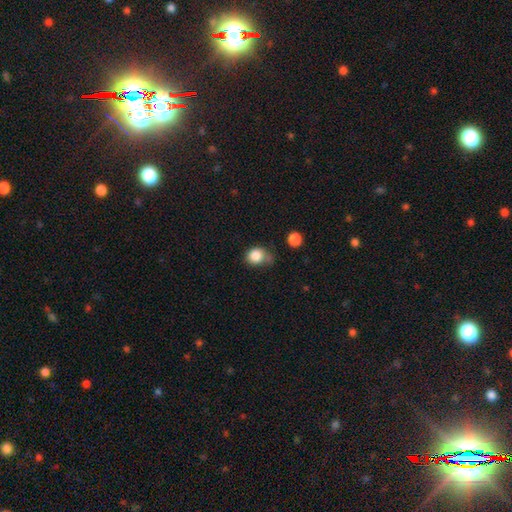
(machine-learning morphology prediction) Q: Smooth or featured?
A: smooth (85%); runner-up: star or artifact (10%)
Q: How rounded?
A: round (74%); runner-up: in between (25%)
Q: Merging?
A: none (56%); runner-up: minor disturbance (25%)